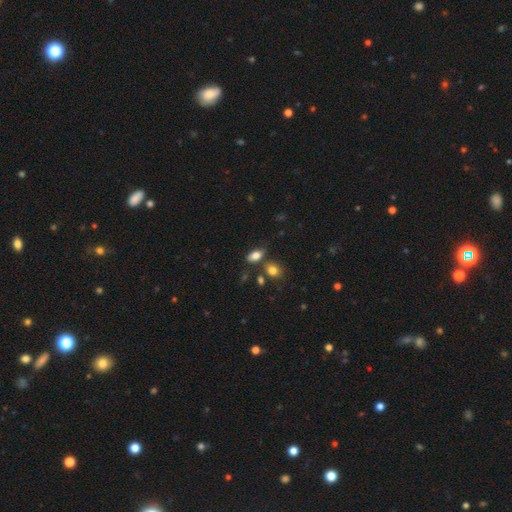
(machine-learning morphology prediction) The model was most divided on "merging": none: 69%, minor disturbance: 14%, merger: 12%, major disturbance: 4%. More confident: how rounded — in between (88%); smooth or featured — smooth (82%).